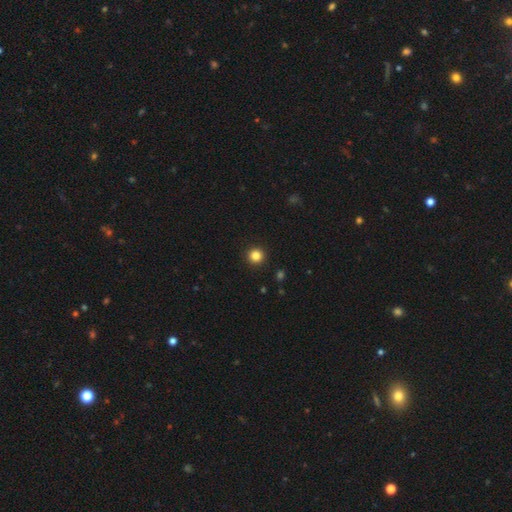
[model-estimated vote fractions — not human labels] Smooth or featured? smooth (84%)
How rounded? round (96%)
Merging? none (94%)